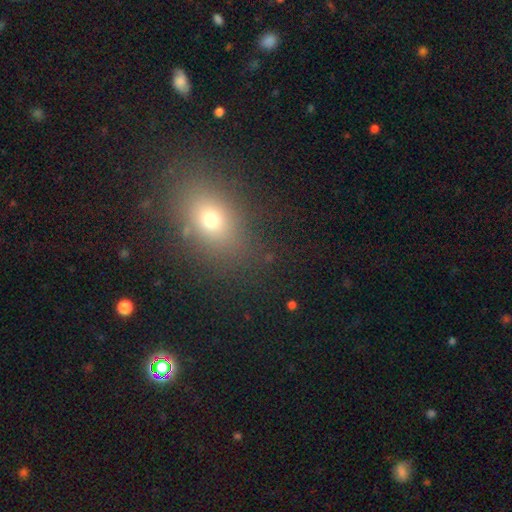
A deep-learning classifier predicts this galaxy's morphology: A smooth galaxy with no disk features (64%) that is in between round and cigar-shaped (68%). Merging: none (84%).